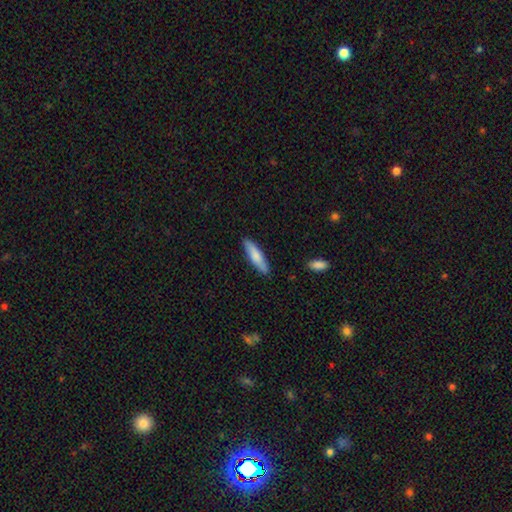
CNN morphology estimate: smooth-or-featured: smooth: 76% | featured or disk: 19% | star or artifact: 5%
  how-rounded: cigar-shaped: 75% | in between: 24% | round: 1%
  merging: none: 88% | minor disturbance: 9% | major disturbance: 2% | merger: 1%